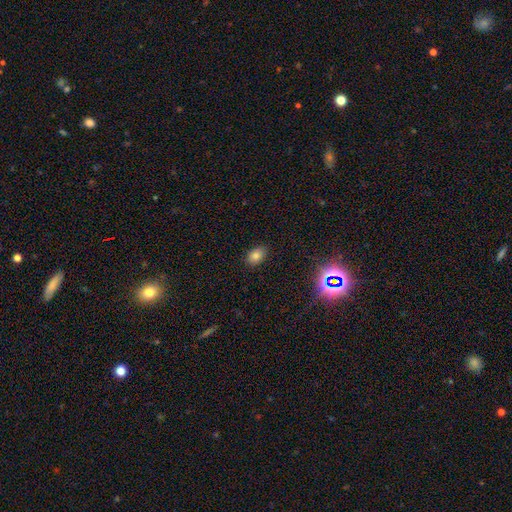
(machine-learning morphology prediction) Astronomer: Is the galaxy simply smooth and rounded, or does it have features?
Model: smooth — 77%.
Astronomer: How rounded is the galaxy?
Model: in between — 79%.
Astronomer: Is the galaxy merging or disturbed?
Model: none — 86%.